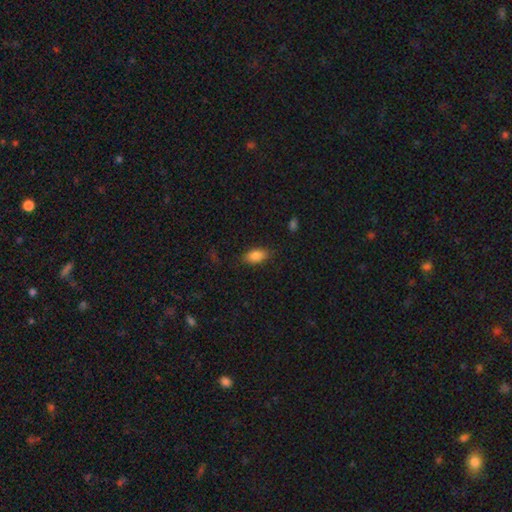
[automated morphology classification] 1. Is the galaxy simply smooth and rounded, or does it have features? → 86% smooth, 8% star or artifact, 6% featured or disk.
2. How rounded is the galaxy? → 90% in between, 5% round, 4% cigar-shaped.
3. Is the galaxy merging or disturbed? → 82% none, 13% minor disturbance, 4% major disturbance, 1% merger.